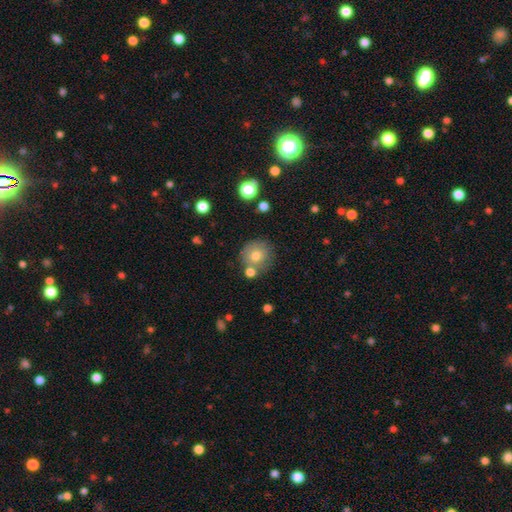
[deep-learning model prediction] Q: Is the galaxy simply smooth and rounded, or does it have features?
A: smooth — 74%.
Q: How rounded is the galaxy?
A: round — 90%.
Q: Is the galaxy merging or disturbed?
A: none — 70%.